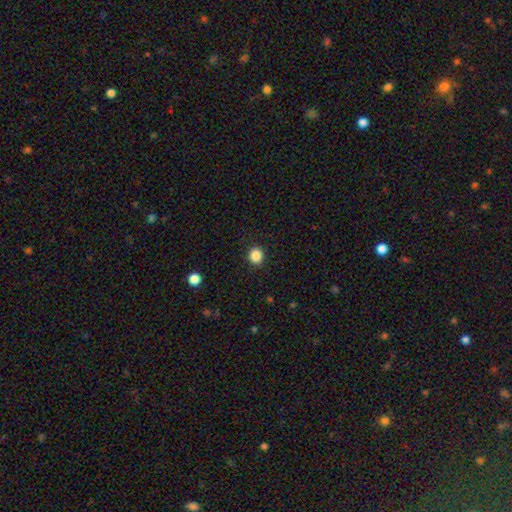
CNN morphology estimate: Smooth or featured? smooth (86%)
How rounded? round (86%)
Merging? none (91%)